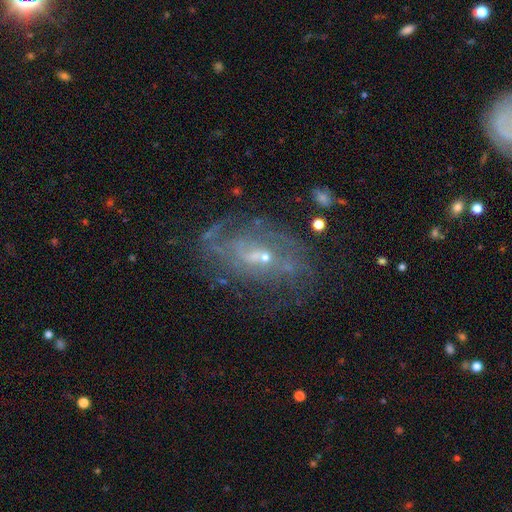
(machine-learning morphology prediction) A featured or disk galaxy (75%) with no bar (45%), tight (44%) spiral arms (79%) and a small central bulge (67%).

Vote fractions:
- Smooth or featured? featured or disk: 75% / smooth: 13% / star or artifact: 12%
- Edge-on disk? no: 94% / yes: 6%
- Bar? no: 45% / weak: 43% / strong: 12%
- Spiral arms? yes: 79% / no: 21%
- Spiral winding? tight: 44% / medium: 37% / loose: 18%
- Spiral arm count? can't tell: 48% / 2: 25% / 3: 10% / 1: 6% / 4: 6% / more than 4: 5%
- Bulge size? small: 67% / moderate: 26% / none: 4% / large: 2% / dominant: 1%
- Merging? none: 65% / minor disturbance: 19% / major disturbance: 13% / merger: 3%